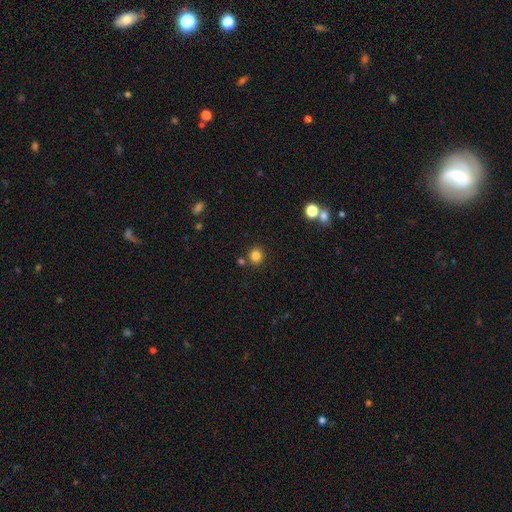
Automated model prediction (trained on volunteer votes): smooth 82%, star or artifact 13%, featured or disk 5%. Down the decision tree: how rounded — round (89%); merging — none (83%).